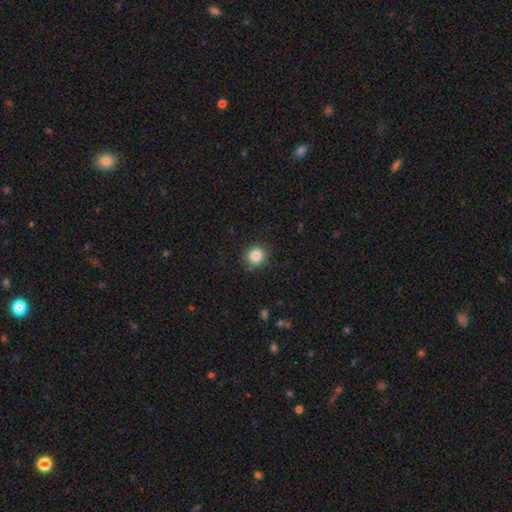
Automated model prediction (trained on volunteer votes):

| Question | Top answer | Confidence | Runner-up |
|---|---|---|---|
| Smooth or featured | smooth | 85% | star or artifact (10%) |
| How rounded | round | 91% | in between (8%) |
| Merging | none | 87% | minor disturbance (10%) |